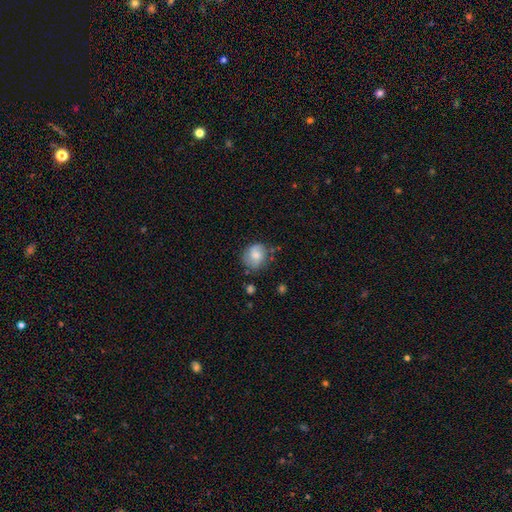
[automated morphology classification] This appears to be a smooth galaxy with no disk features (68%) that is round (74%). Merging: none (65%).